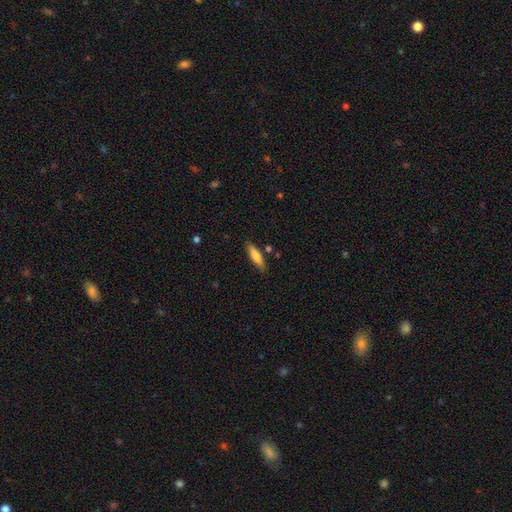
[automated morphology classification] The model was most divided on "how rounded": cigar-shaped: 66%, in between: 32%, round: 2%. More confident: merging — none (83%); smooth or featured — smooth (75%).